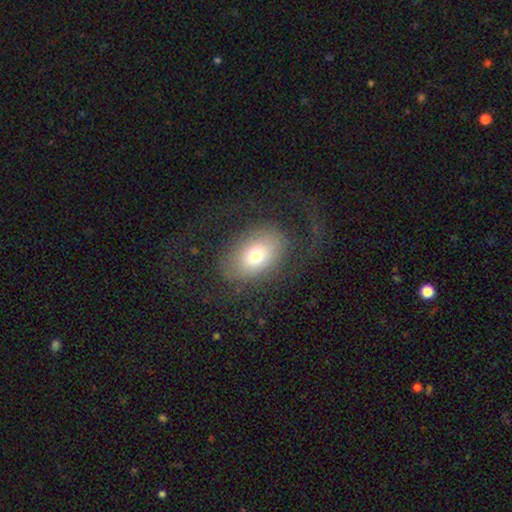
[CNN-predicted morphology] A smooth galaxy with no disk features (68%) that is in between round and cigar-shaped (76%).

Vote fractions:
- Smooth or featured? smooth: 68% / featured or disk: 20% / star or artifact: 12%
- How rounded? in between: 76% / round: 22% / cigar-shaped: 1%
- Merging? none: 64% / major disturbance: 20% / minor disturbance: 15% / merger: 2%